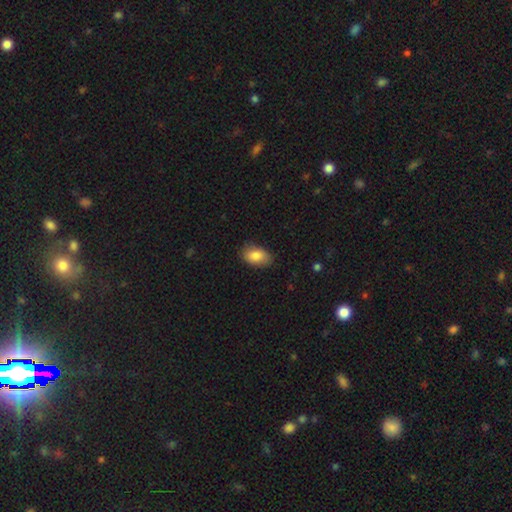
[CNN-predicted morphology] Smooth or featured? Predicted: smooth (p=0.83). How rounded? Predicted: in between (p=0.91). Merging? Predicted: none (p=0.81).